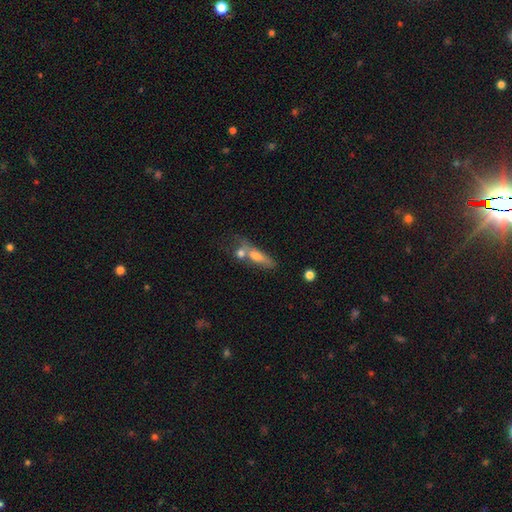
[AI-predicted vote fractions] smooth_or_featured: smooth (p=0.61) [alt: featured or disk p=0.30]
how_rounded: cigar-shaped (p=0.47) [alt: in between p=0.45]
merging: merger (p=0.45) [alt: none p=0.29]